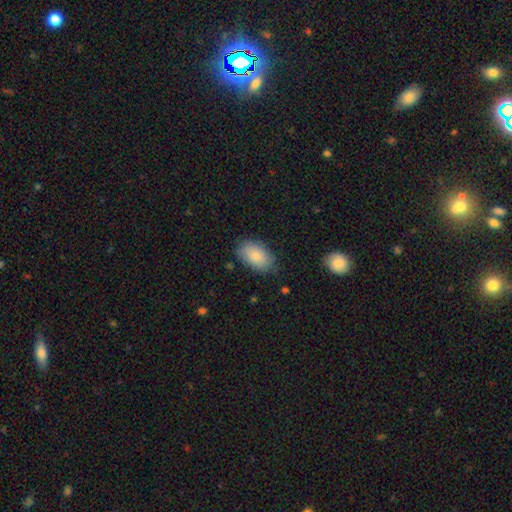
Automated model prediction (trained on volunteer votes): smooth 84%, featured or disk 9%, star or artifact 7%. Down the decision tree: how rounded — in between (92%); merging — none (78%).